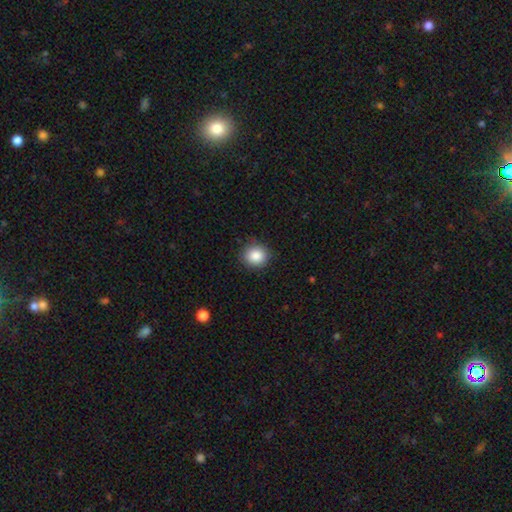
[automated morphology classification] A smooth galaxy with no disk features (86%) that is round (84%).

Vote fractions:
- Smooth or featured? smooth: 86% / star or artifact: 9% / featured or disk: 5%
- How rounded? round: 84% / in between: 15% / cigar-shaped: 1%
- Merging? none: 88% / minor disturbance: 8% / major disturbance: 2% / merger: 1%